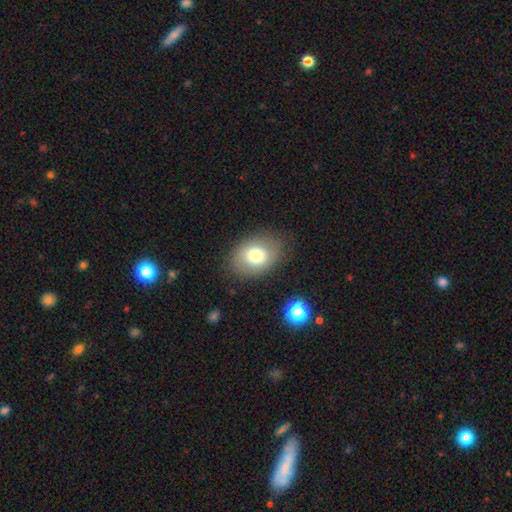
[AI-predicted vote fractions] smooth-or-featured: smooth: 73% | featured or disk: 17% | star or artifact: 9%
  how-rounded: in between: 71% | round: 28% | cigar-shaped: 1%
  merging: none: 81% | minor disturbance: 13% | major disturbance: 5% | merger: 2%